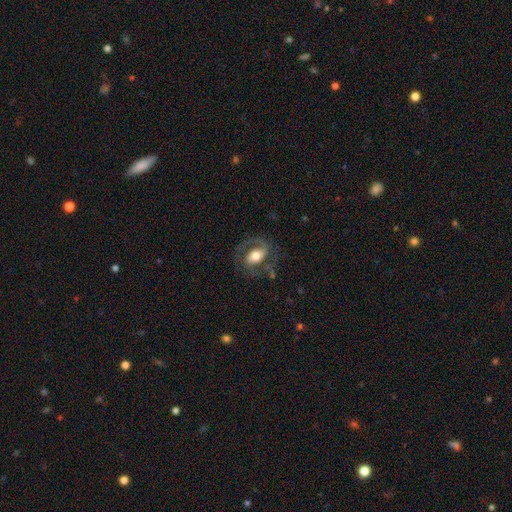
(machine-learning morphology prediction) smooth_or_featured: featured or disk (p=0.66) [alt: smooth p=0.27]
disk_edge_on: no (p=0.95) [alt: yes p=0.05]
bar: no (p=0.41) [alt: weak p=0.34]
has_spiral_arms: yes (p=0.82) [alt: no p=0.18]
spiral_winding: medium (p=0.51) [alt: tight p=0.28]
spiral_arm_count: 2 (p=0.76) [alt: 1 p=0.14]
bulge_size: moderate (p=0.56) [alt: large p=0.30]
merging: none (p=0.64) [alt: minor disturbance p=0.18]